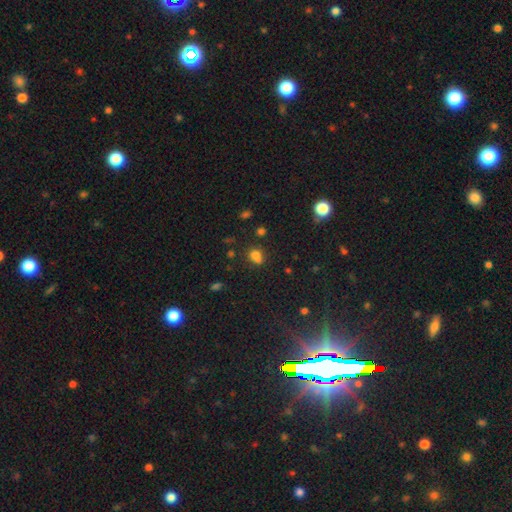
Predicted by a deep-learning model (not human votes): smooth_or_featured: smooth (p=0.73) [alt: star or artifact p=0.18]
how_rounded: round (p=0.60) [alt: in between p=0.38]
merging: none (p=0.53) [alt: merger p=0.24]